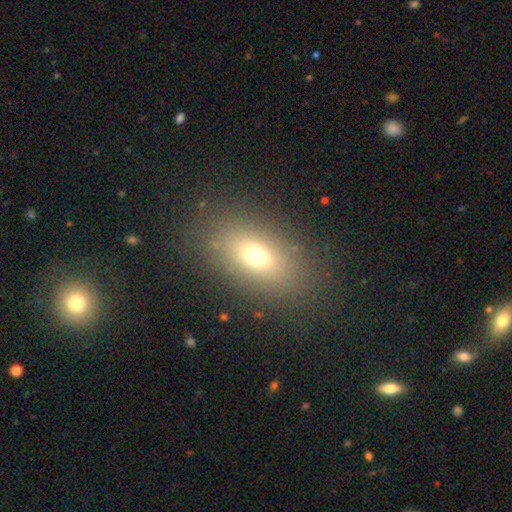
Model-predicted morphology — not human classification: Q: Smooth or featured?
A: smooth (68%); runner-up: star or artifact (17%)
Q: How rounded?
A: in between (79%); runner-up: round (17%)
Q: Merging?
A: none (83%); runner-up: minor disturbance (9%)